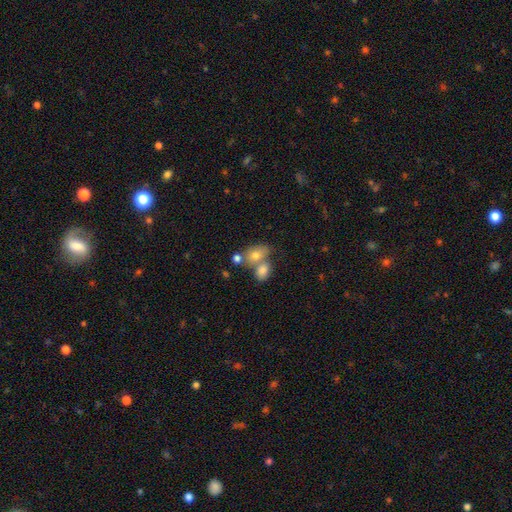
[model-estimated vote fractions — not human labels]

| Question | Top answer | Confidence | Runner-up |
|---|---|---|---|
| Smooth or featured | smooth | 74% | featured or disk (16%) |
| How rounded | in between | 71% | round (27%) |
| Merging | merger | 49% | none (36%) |